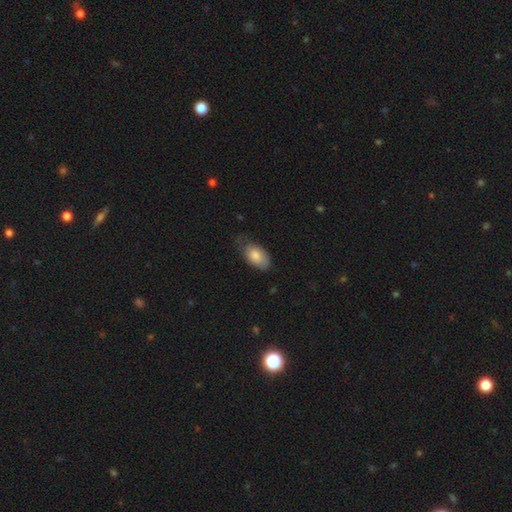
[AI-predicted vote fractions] This appears to be a smooth galaxy with no disk features (82%) that is in between round and cigar-shaped (93%). Merging: none (54%).